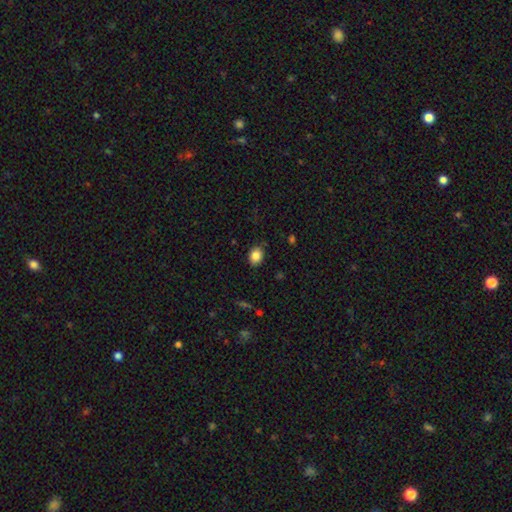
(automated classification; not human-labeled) A smooth galaxy with no disk features (85%) that is in between round and cigar-shaped (62%). Merging: none (85%).